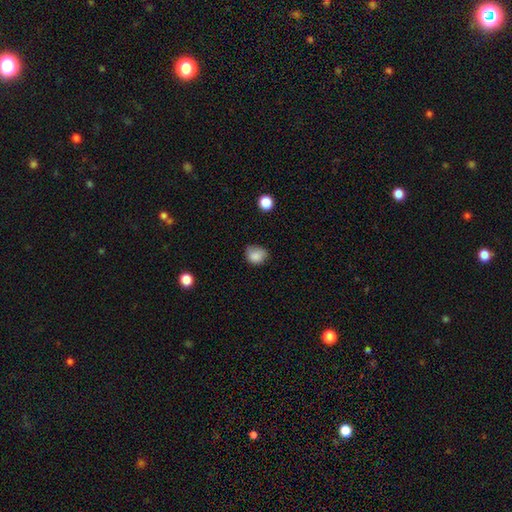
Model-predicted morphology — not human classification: Q: Smooth or featured?
A: smooth (85%); runner-up: star or artifact (10%)
Q: How rounded?
A: round (64%); runner-up: in between (35%)
Q: Merging?
A: none (58%); runner-up: minor disturbance (33%)